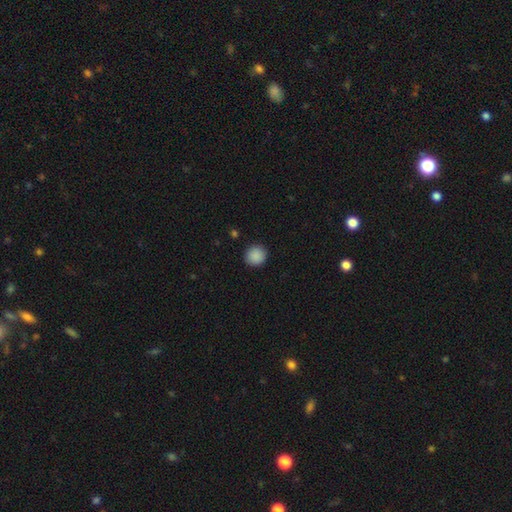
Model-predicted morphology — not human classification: smooth_or_featured: smooth (p=0.89) [alt: star or artifact p=0.09]
how_rounded: round (p=0.92) [alt: in between p=0.07]
merging: none (p=0.91) [alt: minor disturbance p=0.06]